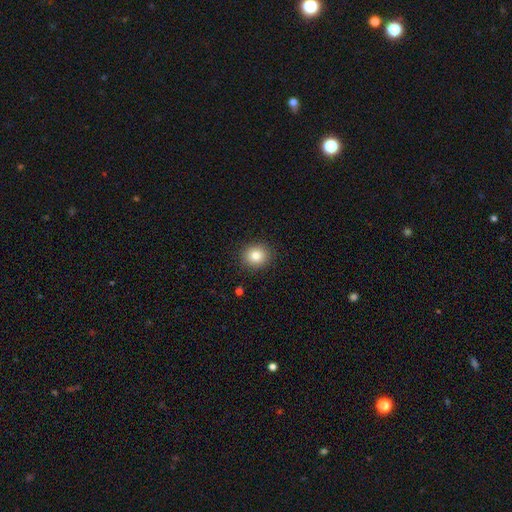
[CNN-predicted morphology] Q: Smooth or featured?
A: smooth (82%); runner-up: star or artifact (10%)
Q: How rounded?
A: round (80%); runner-up: in between (19%)
Q: Merging?
A: none (90%); runner-up: minor disturbance (7%)